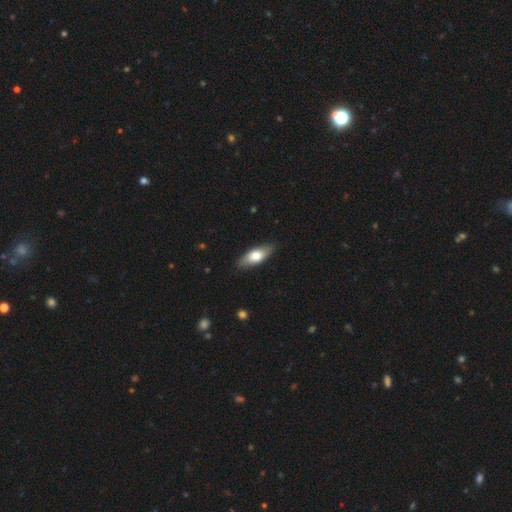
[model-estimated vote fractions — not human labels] A smooth galaxy with no disk features (68%) that is in between round and cigar-shaped (76%). Merging: none (86%).